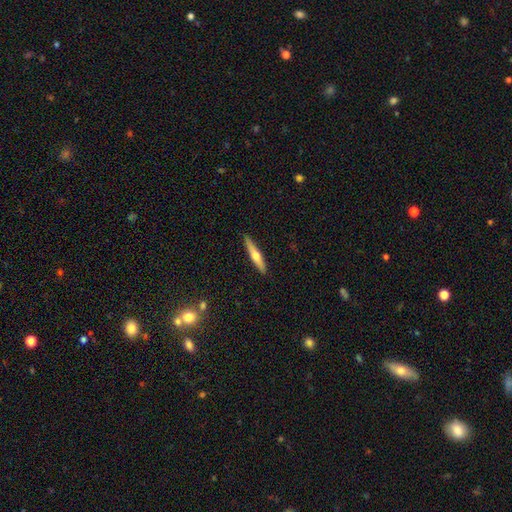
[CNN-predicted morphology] featured or disk 51%, smooth 43%, star or artifact 5%. Down the decision tree: edge-on disk — yes (95%); merging — none (90%).